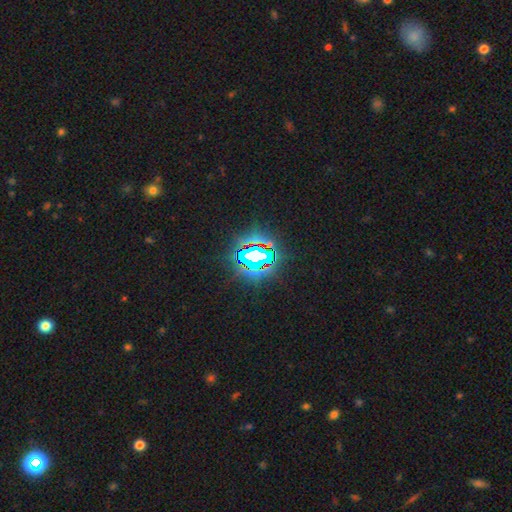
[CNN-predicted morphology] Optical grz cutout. It shows a star or artifact, not a galaxy (75%).